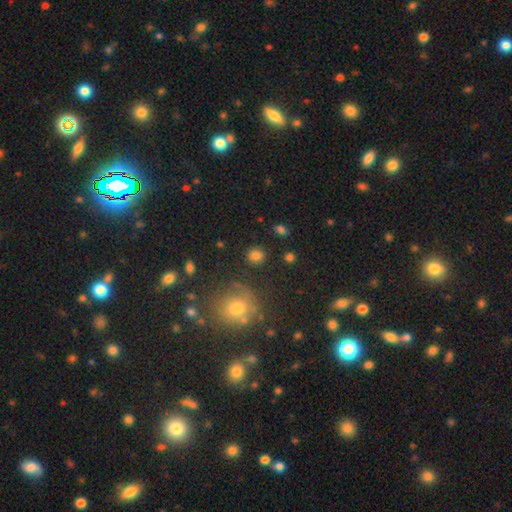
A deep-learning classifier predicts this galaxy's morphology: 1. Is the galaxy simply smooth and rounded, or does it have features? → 81% smooth, 13% star or artifact, 6% featured or disk.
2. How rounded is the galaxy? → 85% round, 14% in between, 1% cigar-shaped.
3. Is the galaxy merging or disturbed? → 88% none, 7% minor disturbance, 3% major disturbance, 2% merger.